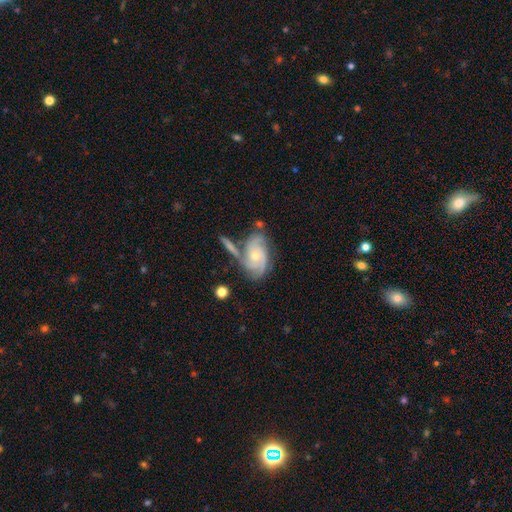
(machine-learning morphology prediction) featured or disk 85%, smooth 10%, star or artifact 5%. Down the decision tree: edge-on disk — no (96%); bar — no (71%); spiral arms — yes (97%); spiral arm count — 3 (46%); spiral winding — tight (59%); bulge size — small (49%); merging — none (57%).